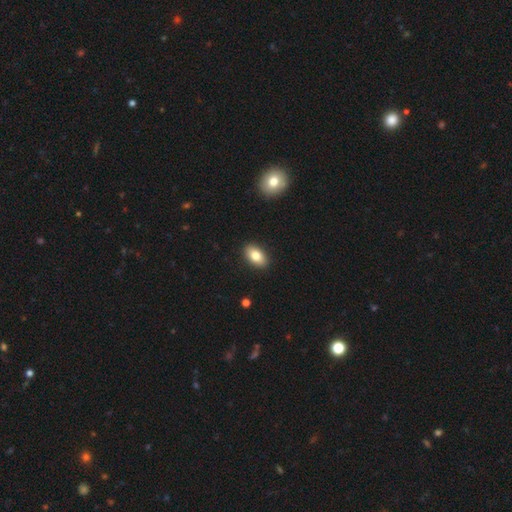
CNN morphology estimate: Smooth or featured? Predicted: smooth (p=0.81). How rounded? Predicted: in between (p=0.91). Merging? Predicted: none (p=0.90).